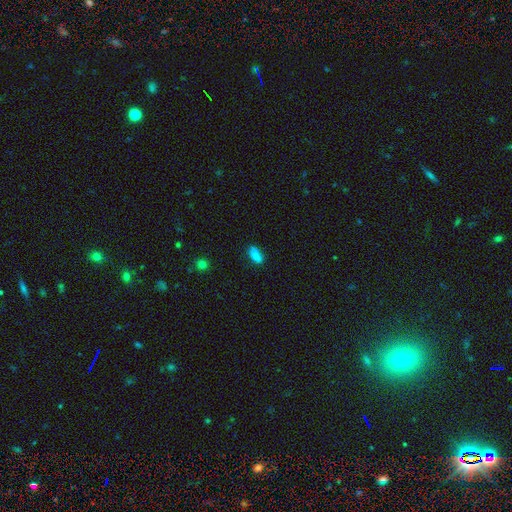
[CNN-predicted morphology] smooth-or-featured: smooth: 83% | star or artifact: 12% | featured or disk: 6%
  how-rounded: in between: 84% | cigar-shaped: 12% | round: 4%
  merging: none: 70% | minor disturbance: 22% | major disturbance: 5% | merger: 3%